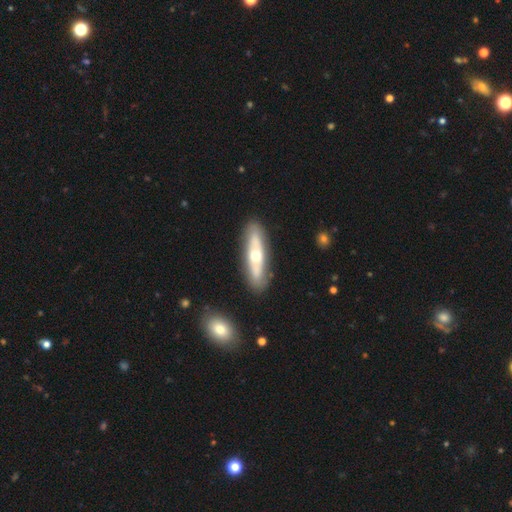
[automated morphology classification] Smooth or featured?
  - featured or disk: 58% *
  - smooth: 37%
  - star or artifact: 5%
Edge-on disk?
  - no: 57% *
  - yes: 43%
Merging?
  - none: 84% *
  - minor disturbance: 10%
  - major disturbance: 3%
  - merger: 2%